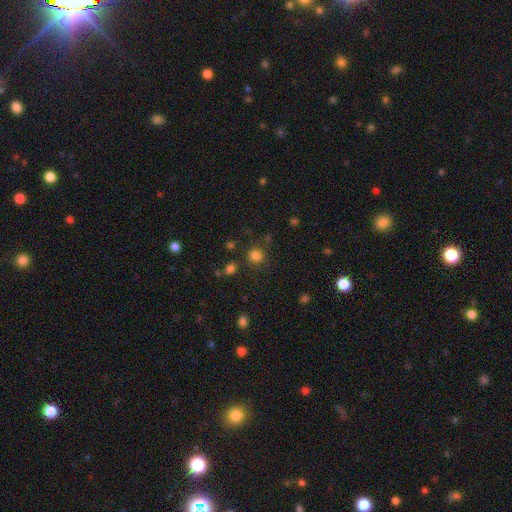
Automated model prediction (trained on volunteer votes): A smooth galaxy with no disk features (81%) that is round (91%). Merging: none (82%).